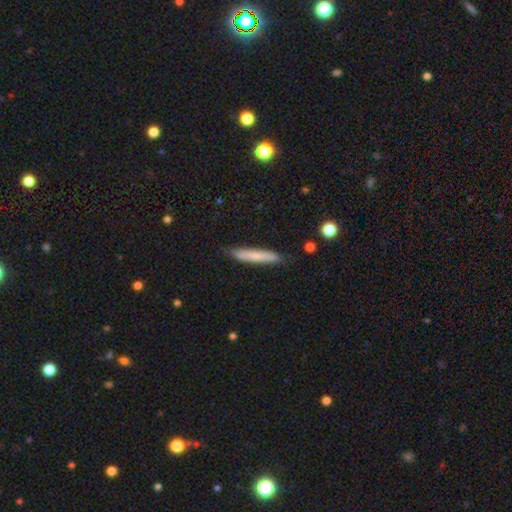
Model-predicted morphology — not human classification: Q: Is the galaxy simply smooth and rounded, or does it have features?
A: smooth — 70%.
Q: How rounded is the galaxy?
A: cigar-shaped — 94%.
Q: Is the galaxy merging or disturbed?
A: none — 85%.